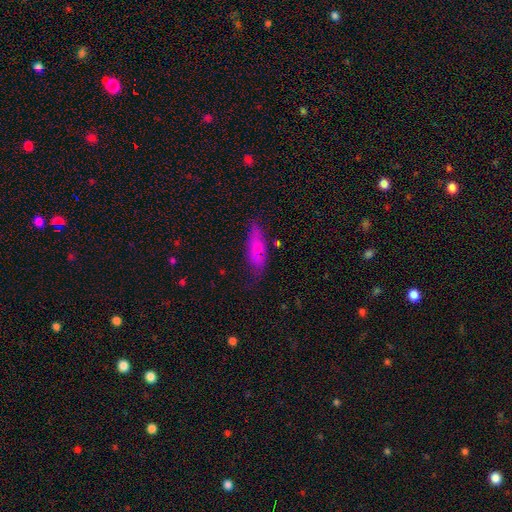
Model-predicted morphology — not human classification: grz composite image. It shows a smooth galaxy with no disk features (70%) that is in between round and cigar-shaped (63%). Merging: none (64%).